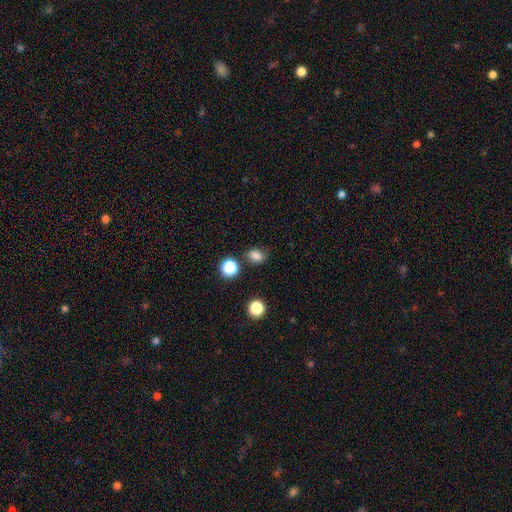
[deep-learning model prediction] Morphology: type=smooth (81%); roundness=in between (54%); merging=none (75%).